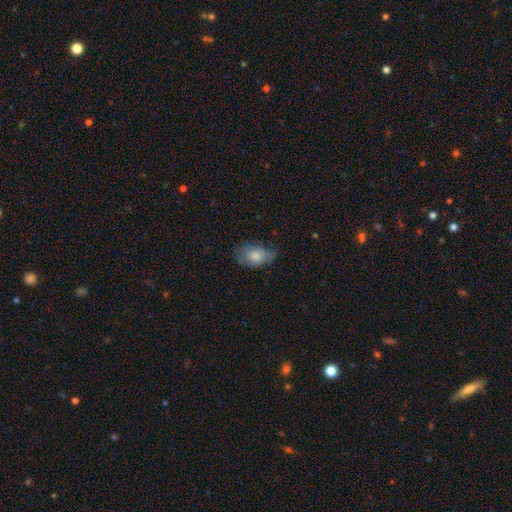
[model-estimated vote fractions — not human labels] Overall: smooth (75%). How rounded: in between (87%). Merging: none (45%; minor disturbance 39%).